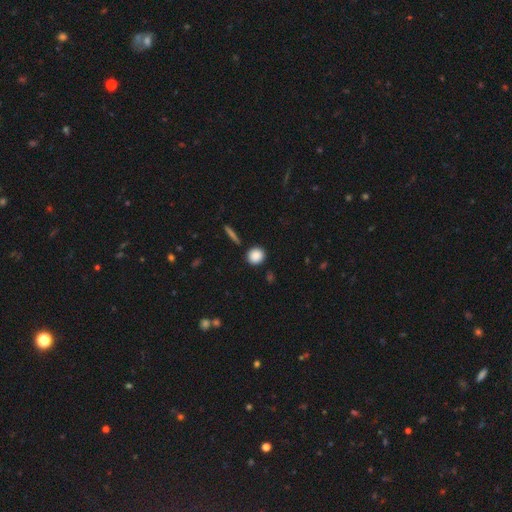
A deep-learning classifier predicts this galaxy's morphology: A smooth galaxy with no disk features (87%) that is round (92%). Merging: none (89%).